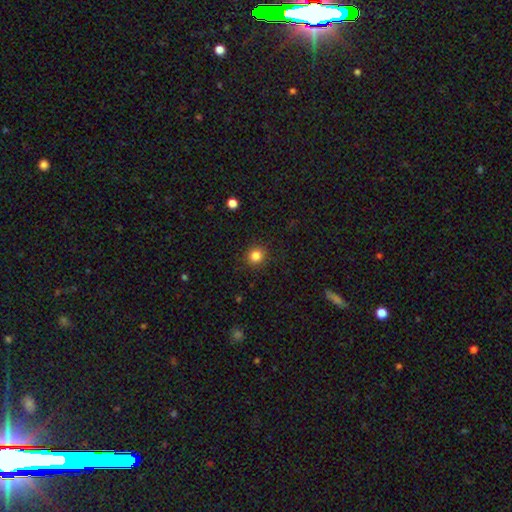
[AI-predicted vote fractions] Smooth or featured: smooth — 84% (star or artifact — 12%)
How rounded: round — 88% (in between — 11%)
Merging: none — 90% (minor disturbance — 6%)